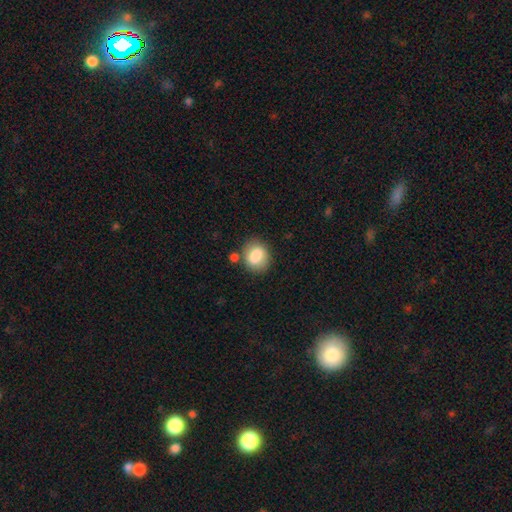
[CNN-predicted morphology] smooth-or-featured: smooth: 81% | featured or disk: 11% | star or artifact: 8%
  how-rounded: round: 52% | in between: 47% | cigar-shaped: 1%
  merging: none: 72% | minor disturbance: 15% | merger: 9% | major disturbance: 4%